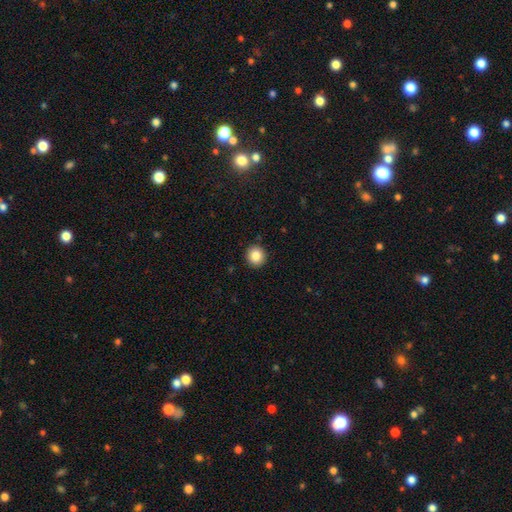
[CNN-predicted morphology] type=smooth (85%); roundness=round (91%); merging=none (92%).